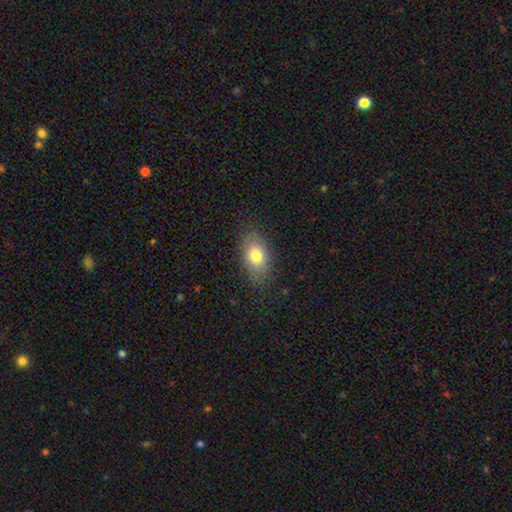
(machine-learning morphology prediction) smooth 79%, featured or disk 12%, star or artifact 9%. Down the decision tree: how rounded — in between (83%); merging — none (82%).